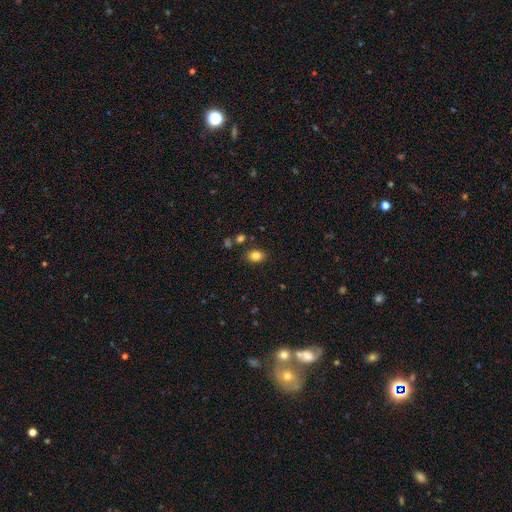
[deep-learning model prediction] smooth 83%, star or artifact 10%, featured or disk 7%. Down the decision tree: how rounded — in between (75%); merging — none (83%).